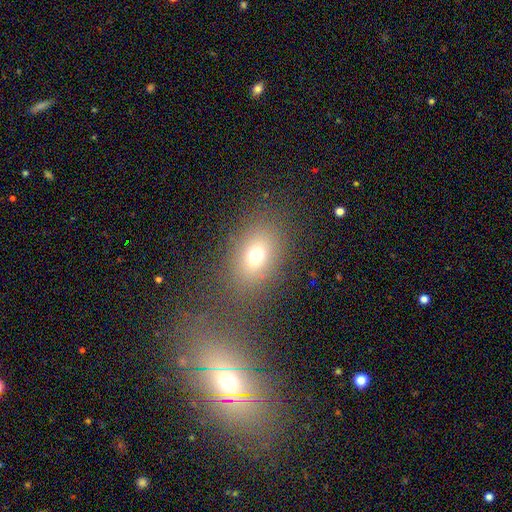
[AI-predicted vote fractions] Q: Smooth or featured?
A: smooth (69%); runner-up: star or artifact (19%)
Q: How rounded?
A: in between (60%); runner-up: round (39%)
Q: Merging?
A: none (76%); runner-up: minor disturbance (10%)